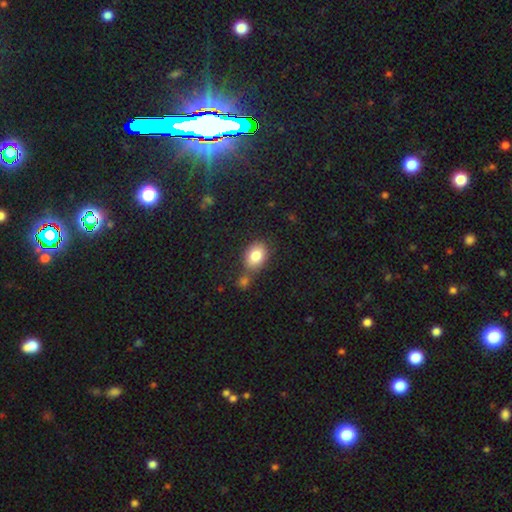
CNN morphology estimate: This is clearly a smooth galaxy (83%). How rounded: likely in between (73%). Merging: possibly none (59%).